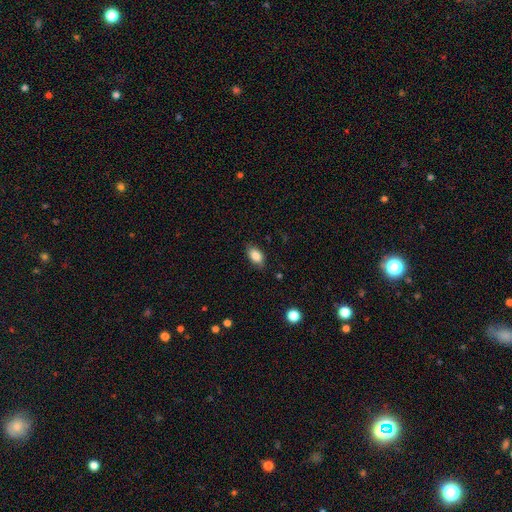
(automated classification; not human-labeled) smooth 86%, star or artifact 8%, featured or disk 6%. Down the decision tree: how rounded — in between (90%); merging — none (81%).